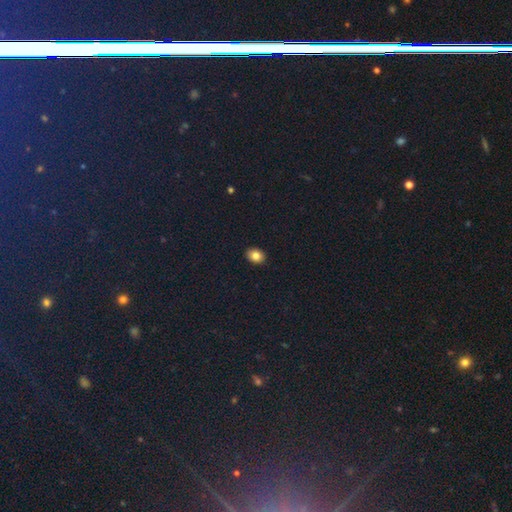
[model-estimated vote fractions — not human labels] A smooth galaxy with no disk features (84%) that is in between round and cigar-shaped (64%).

Vote fractions:
- Smooth or featured? smooth: 84% / star or artifact: 10% / featured or disk: 6%
- How rounded? in between: 64% / round: 35% / cigar-shaped: 1%
- Merging? none: 91% / minor disturbance: 7% / major disturbance: 2% / merger: 1%